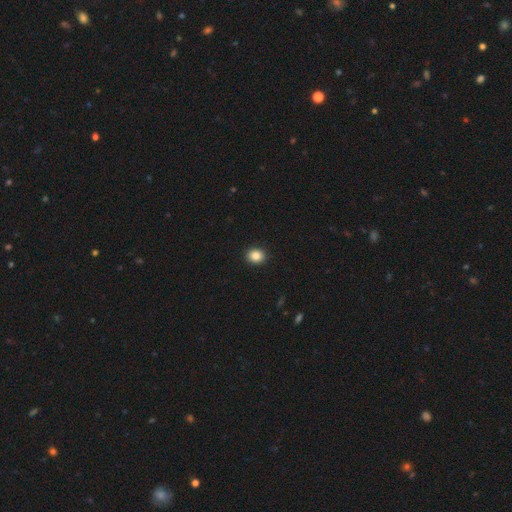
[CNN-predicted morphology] The model was most divided on "how rounded": round: 61%, in between: 38%, cigar-shaped: 1%. More confident: merging — none (92%); smooth or featured — smooth (86%).